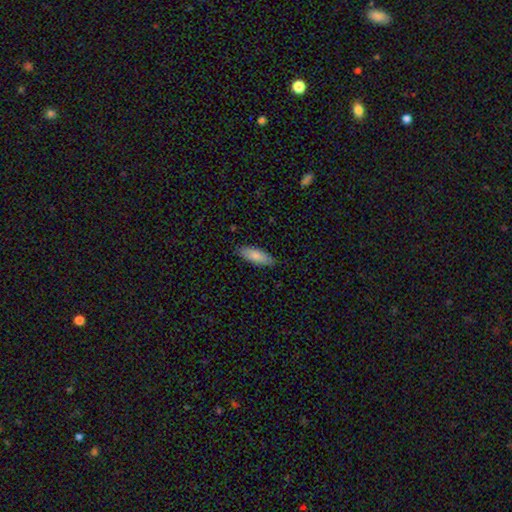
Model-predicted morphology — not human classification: Smooth or featured? Predicted: smooth (p=0.82). How rounded? Predicted: in between (p=0.65). Merging? Predicted: none (p=0.87).